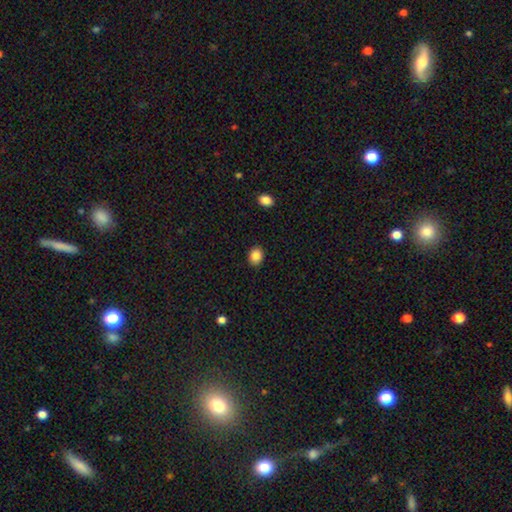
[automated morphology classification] This is clearly a smooth galaxy (86%). How rounded: possibly in between (50%). Merging: clearly none (89%).